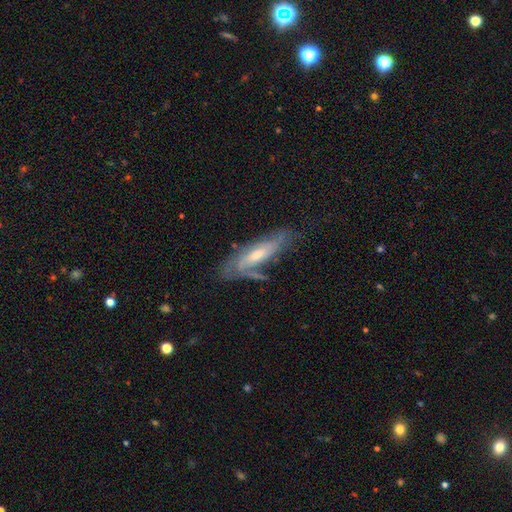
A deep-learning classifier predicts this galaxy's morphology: Smooth or featured: featured or disk — 71% (smooth — 22%)
Edge-on disk: no — 72% (yes — 28%)
Bar: no — 53% (weak — 36%)
Spiral arms: yes — 84% (no — 16%)
Bulge size: moderate — 49% (small — 41%)
Merging: none — 55% (minor disturbance — 24%)